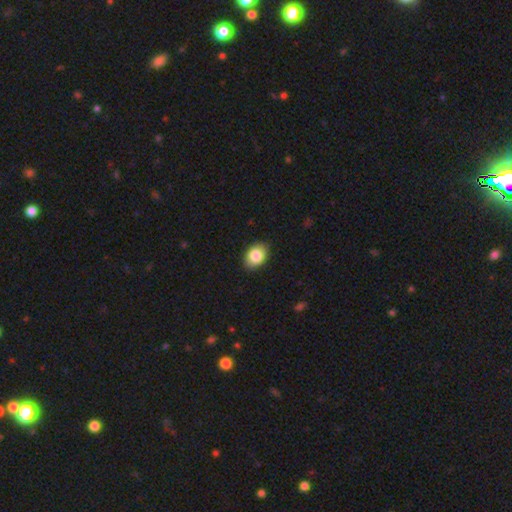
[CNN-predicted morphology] Smooth or featured?
  - smooth: 85% *
  - star or artifact: 7%
  - featured or disk: 7%
How rounded?
  - in between: 78% *
  - round: 21%
  - cigar-shaped: 1%
Merging?
  - none: 87% *
  - minor disturbance: 10%
  - major disturbance: 2%
  - merger: 1%